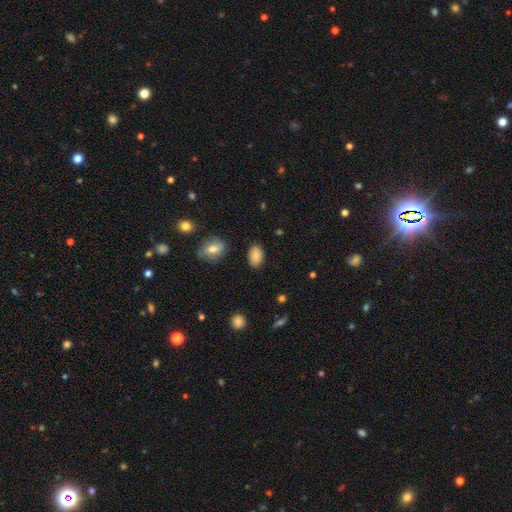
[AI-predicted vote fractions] Morphology: type=smooth (84%); roundness=in between (89%); merging=none (85%).